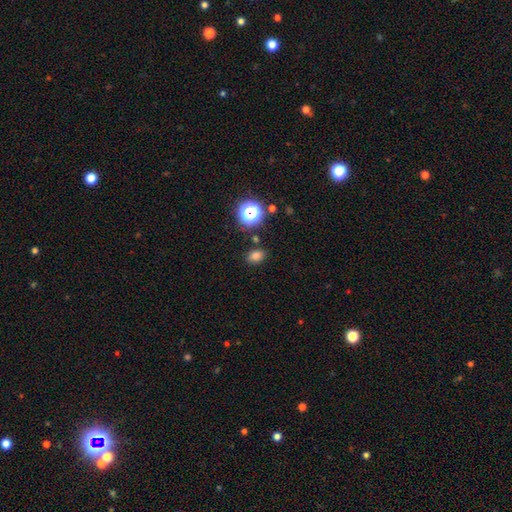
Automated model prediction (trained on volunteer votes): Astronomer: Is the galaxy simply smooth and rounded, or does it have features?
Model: smooth — 74%.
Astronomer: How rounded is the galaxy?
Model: in between — 70%.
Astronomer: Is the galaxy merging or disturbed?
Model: none — 83%.